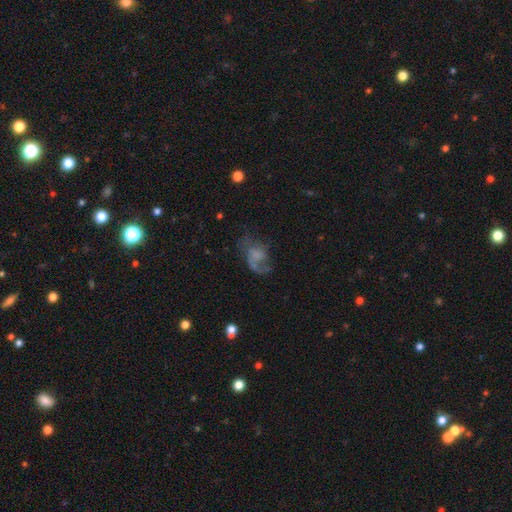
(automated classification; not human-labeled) Morphology: type=featured or disk (59%); edge-on=no (97%); bar=no (69%); spiral arms=yes (78%); bulge=none (48%); merging=none (41%).